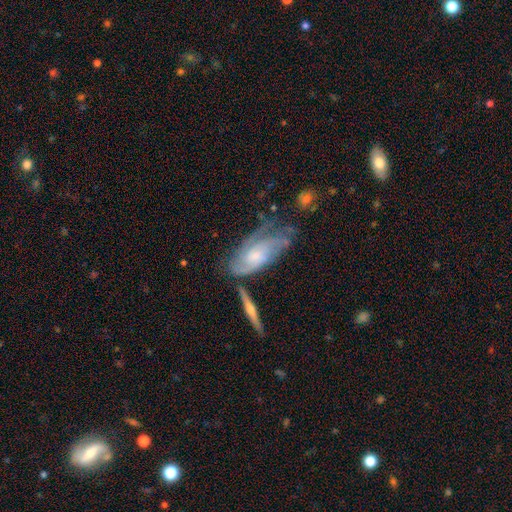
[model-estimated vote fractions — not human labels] smooth_or_featured: featured or disk (p=0.72) [alt: smooth p=0.21]
disk_edge_on: no (p=0.88) [alt: yes p=0.12]
bar: no (p=0.68) [alt: weak p=0.27]
has_spiral_arms: yes (p=0.89) [alt: no p=0.11]
spiral_winding: tight (p=0.47) [alt: medium p=0.38]
spiral_arm_count: can't tell (p=0.41) [alt: 2 p=0.25]
bulge_size: small (p=0.52) [alt: moderate p=0.33]
merging: none (p=0.44) [alt: minor disturbance p=0.28]